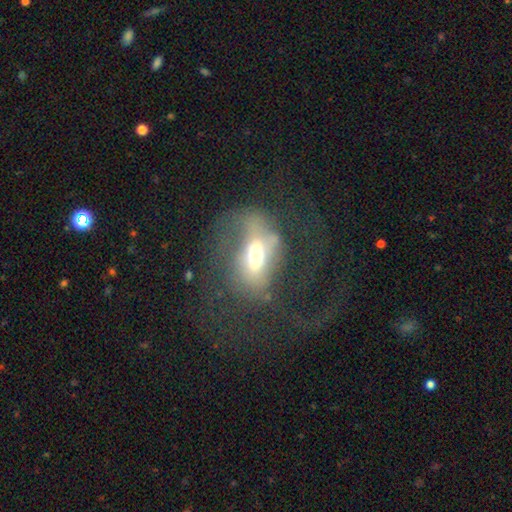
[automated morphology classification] smooth_or_featured: featured or disk (p=0.52) [alt: smooth p=0.38]
disk_edge_on: no (p=0.90) [alt: yes p=0.10]
merging: major disturbance (p=0.50) [alt: none p=0.28]